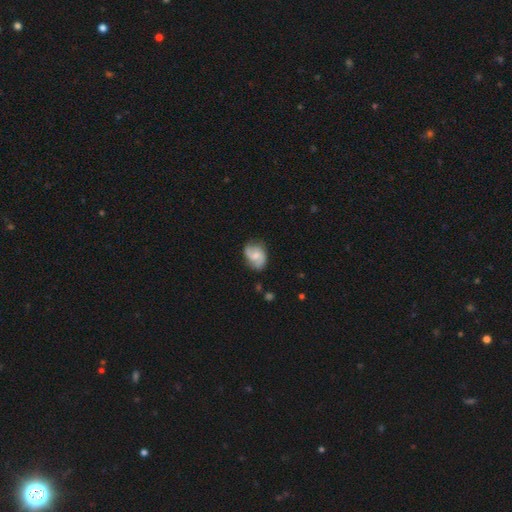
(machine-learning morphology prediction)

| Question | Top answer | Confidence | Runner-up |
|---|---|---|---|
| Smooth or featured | featured or disk | 65% | smooth (29%) |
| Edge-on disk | no | 97% | yes (3%) |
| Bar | no | 50% | weak (42%) |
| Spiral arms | yes | 92% | no (8%) |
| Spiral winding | medium | 46% | loose (34%) |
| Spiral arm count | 2 | 84% | can't tell (8%) |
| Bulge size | moderate | 48% | small (41%) |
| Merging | none | 68% | minor disturbance (24%) |